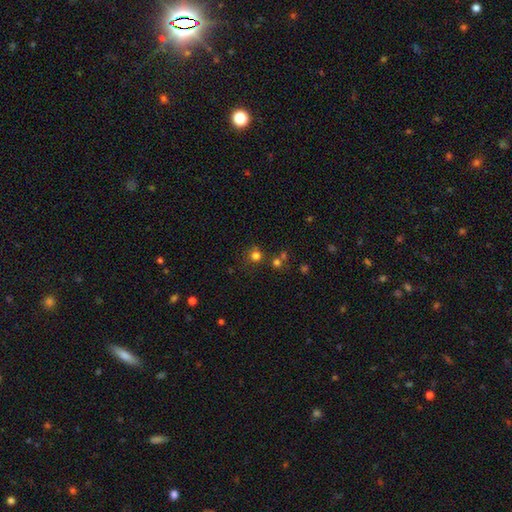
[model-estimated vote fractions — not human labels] This is likely a smooth galaxy (73%). How rounded: clearly round (90%). Merging: likely none (70%).